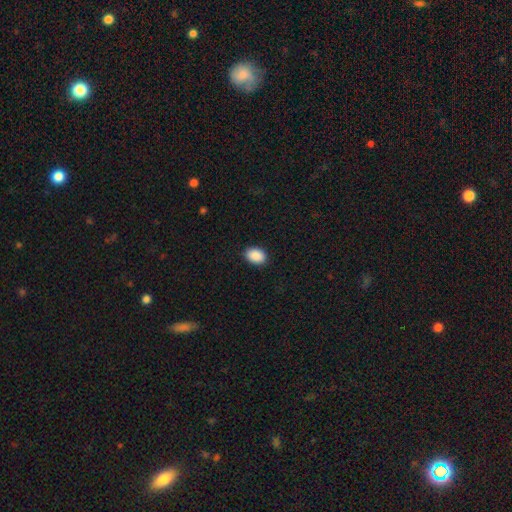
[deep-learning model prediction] Morphology: type=smooth (90%); roundness=in between (84%); merging=none (89%).